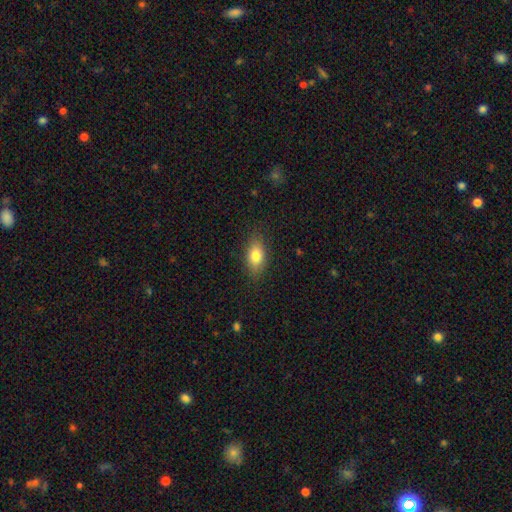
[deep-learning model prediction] Smooth or featured? smooth (79%)
How rounded? in between (85%)
Merging? none (84%)